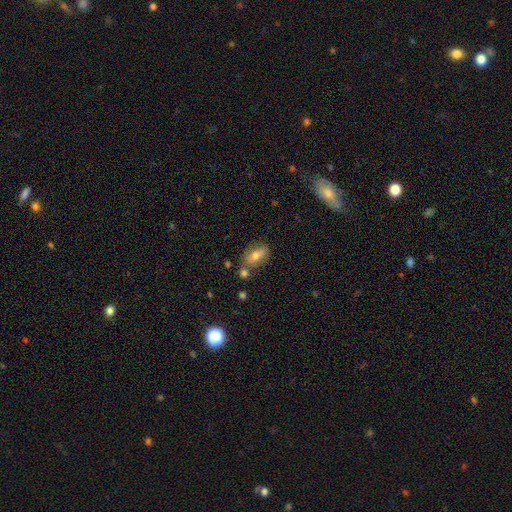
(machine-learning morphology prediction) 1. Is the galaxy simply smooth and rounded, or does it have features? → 65% smooth, 24% featured or disk, 11% star or artifact.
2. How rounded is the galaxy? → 82% in between, 9% round, 8% cigar-shaped.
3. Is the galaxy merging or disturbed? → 72% none, 15% minor disturbance, 10% merger, 4% major disturbance.